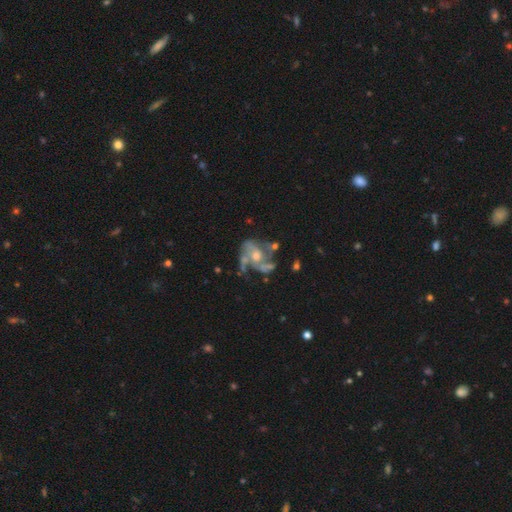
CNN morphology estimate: Smooth or featured?
  - featured or disk: 81% *
  - star or artifact: 10%
  - smooth: 9%
Edge-on disk?
  - no: 97% *
  - yes: 3%
Bar?
  - no: 66% *
  - weak: 27%
  - strong: 8%
Spiral arms?
  - yes: 83% *
  - no: 17%
Spiral winding?
  - medium: 46% *
  - loose: 33%
  - tight: 21%
Spiral arm count?
  - 2: 34% *
  - 3: 27%
  - can't tell: 21%
  - 4: 8%
  - 1: 6%
  - more than 4: 5%
Bulge size?
  - moderate: 57% *
  - small: 33%
  - none: 4%
  - large: 4%
  - dominant: 1%
Merging?
  - none: 44% *
  - major disturbance: 24%
  - minor disturbance: 19%
  - merger: 12%